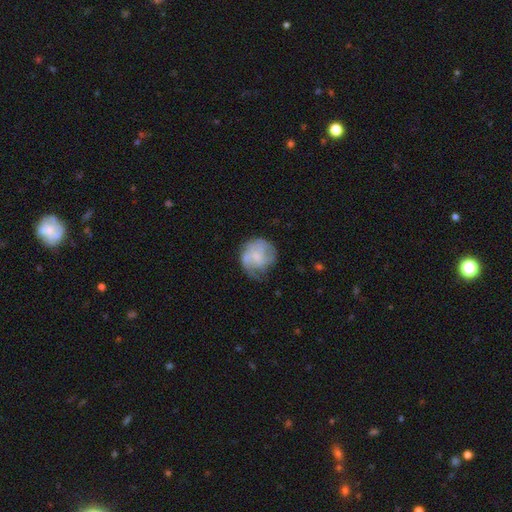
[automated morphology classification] Q: Smooth or featured?
A: featured or disk (57%); runner-up: smooth (36%)
Q: Edge-on disk?
A: no (98%); runner-up: yes (2%)
Q: Bar?
A: no (63%); runner-up: weak (32%)
Q: Spiral arms?
A: yes (76%); runner-up: no (24%)
Q: Bulge size?
A: small (65%); runner-up: moderate (19%)
Q: Merging?
A: none (51%); runner-up: minor disturbance (28%)